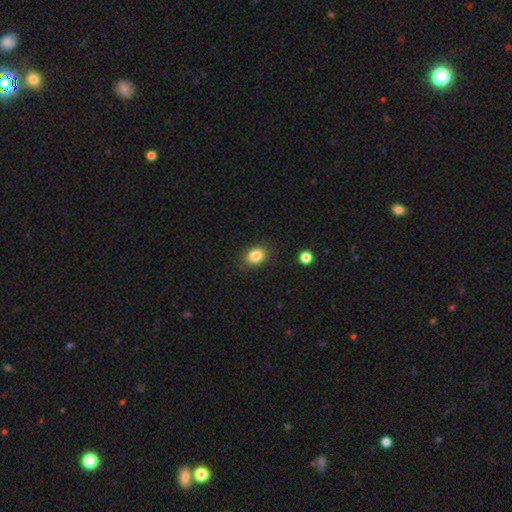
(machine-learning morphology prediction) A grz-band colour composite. It shows a smooth galaxy with no disk features (85%) that is in between round and cigar-shaped (73%). Merging: none (85%).